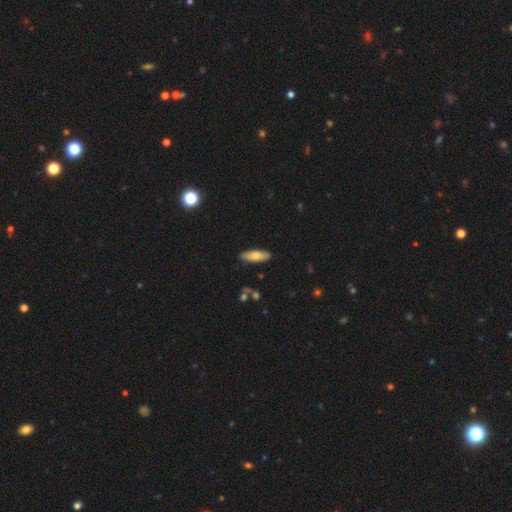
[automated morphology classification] Smooth or featured: smooth — 72% (featured or disk — 22%)
How rounded: in between — 54% (cigar-shaped — 44%)
Merging: none — 86% (minor disturbance — 11%)